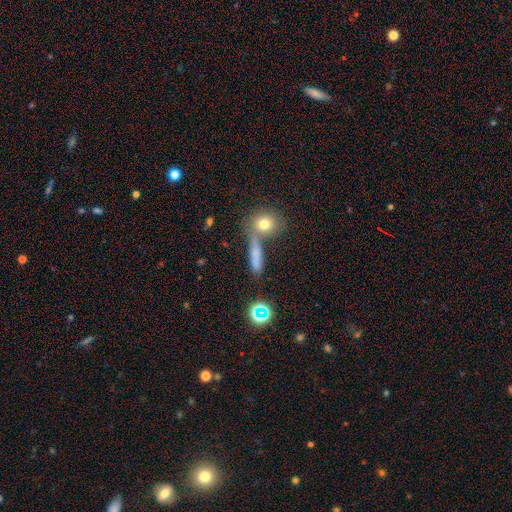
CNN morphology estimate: The model was most divided on "how rounded": cigar-shaped: 58%, in between: 26%, round: 16%. More confident: smooth or featured — smooth (70%); merging — none (59%).